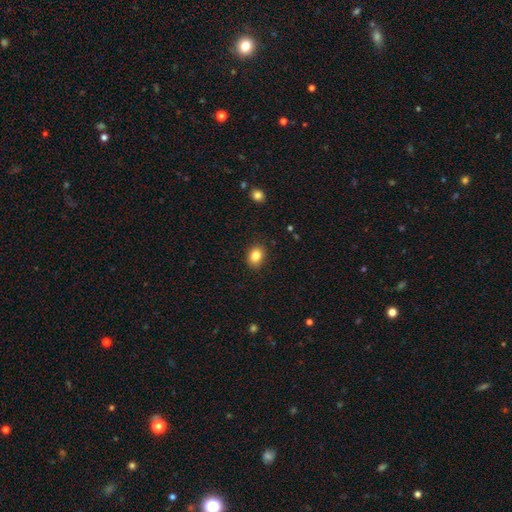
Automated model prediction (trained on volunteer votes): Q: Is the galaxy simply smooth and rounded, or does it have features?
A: smooth — 83%.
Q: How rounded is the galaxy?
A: in between — 57%.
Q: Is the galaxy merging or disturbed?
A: none — 88%.